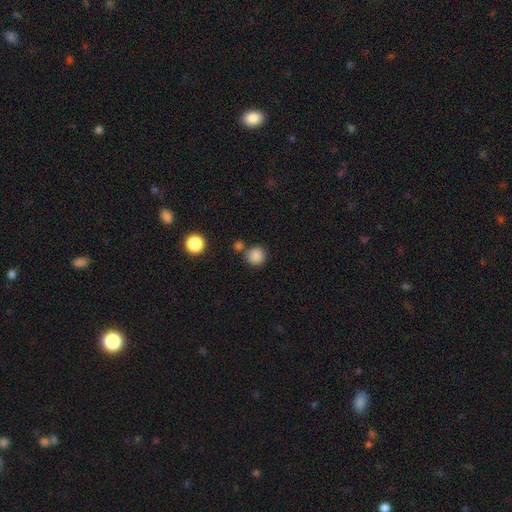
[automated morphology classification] smooth-or-featured: smooth: 85% | star or artifact: 11% | featured or disk: 4%
  how-rounded: round: 90% | in between: 9% | cigar-shaped: 1%
  merging: none: 75% | merger: 12% | minor disturbance: 9% | major disturbance: 3%